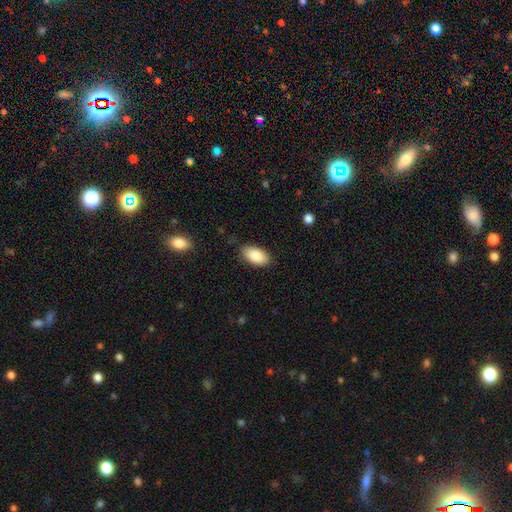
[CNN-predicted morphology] Q: Smooth or featured?
A: smooth (87%); runner-up: star or artifact (6%)
Q: How rounded?
A: in between (94%); runner-up: round (3%)
Q: Merging?
A: none (85%); runner-up: minor disturbance (12%)